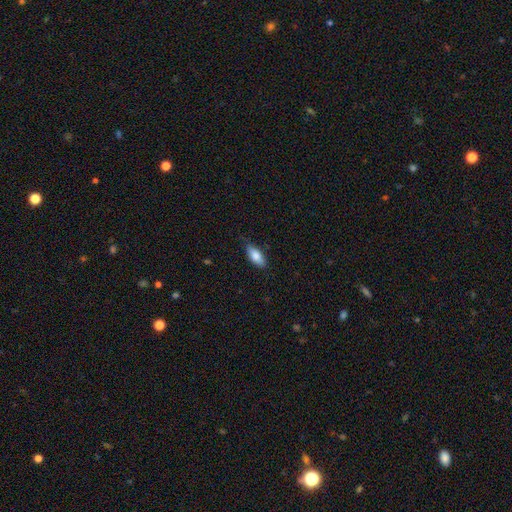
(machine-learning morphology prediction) Smooth or featured: smooth — 82% (featured or disk — 12%)
How rounded: in between — 82% (cigar-shaped — 16%)
Merging: none — 76% (minor disturbance — 19%)